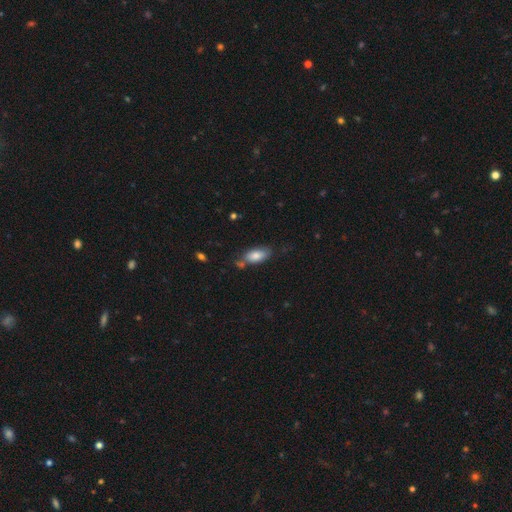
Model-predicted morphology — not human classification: Smooth or featured? smooth (81%)
How rounded? in between (90%)
Merging? none (62%)